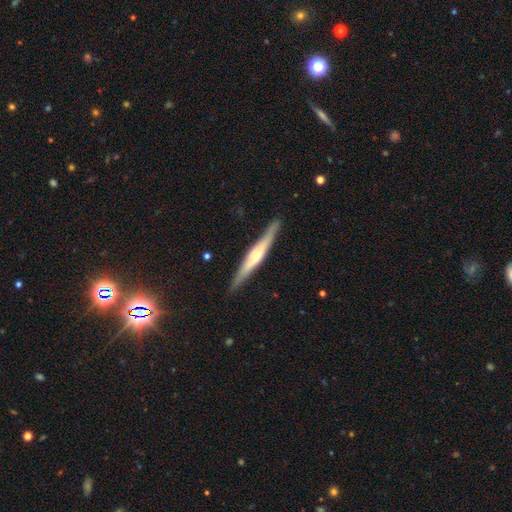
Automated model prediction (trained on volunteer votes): Smooth or featured: featured or disk — 65% (smooth — 30%)
Edge-on disk: yes — 97% (no — 3%)
Edge-on bulge: rounded — 57% (boxy — 22%)
Merging: none — 89% (minor disturbance — 8%)